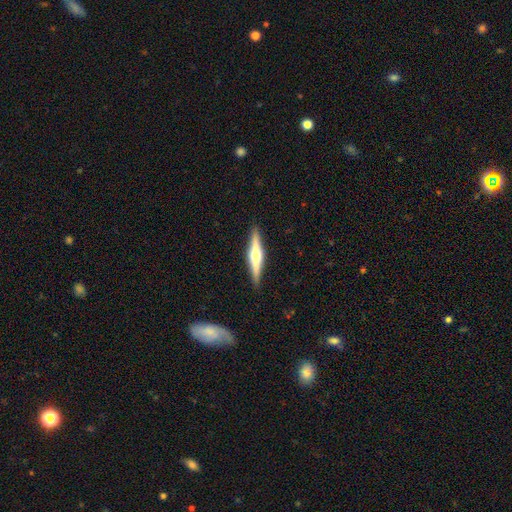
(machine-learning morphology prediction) The model was most divided on "smooth or featured": featured or disk: 69%, smooth: 25%, star or artifact: 5%. More confident: edge-on disk — yes (97%); merging — none (90%); edge-on bulge — rounded (90%).